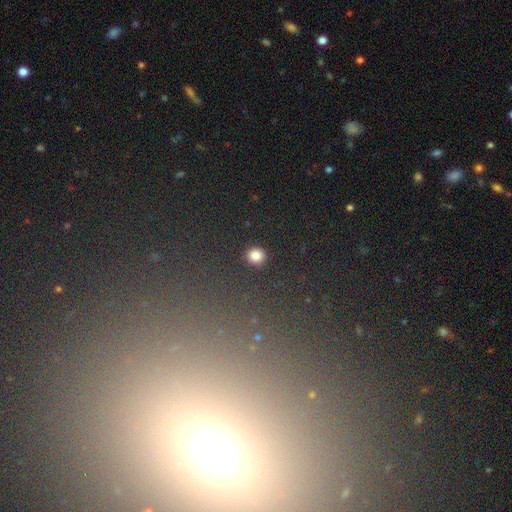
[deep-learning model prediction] Smooth or featured?
  - smooth: 84% *
  - star or artifact: 12%
  - featured or disk: 4%
How rounded?
  - round: 88% *
  - in between: 11%
  - cigar-shaped: 1%
Merging?
  - none: 91% *
  - minor disturbance: 6%
  - major disturbance: 2%
  - merger: 1%